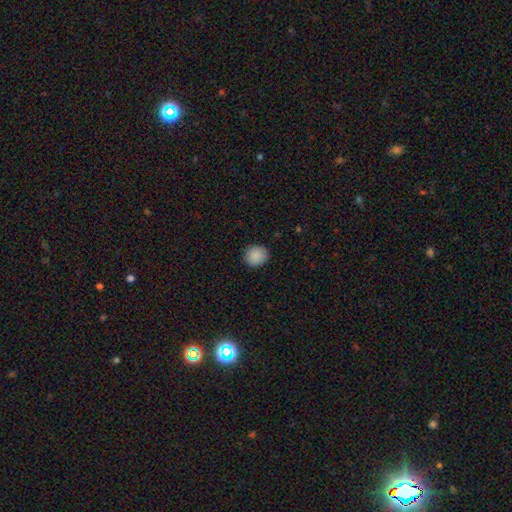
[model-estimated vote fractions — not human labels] smooth_or_featured: smooth (p=0.89) [alt: star or artifact p=0.08]
how_rounded: round (p=0.84) [alt: in between p=0.15]
merging: none (p=0.90) [alt: minor disturbance p=0.07]